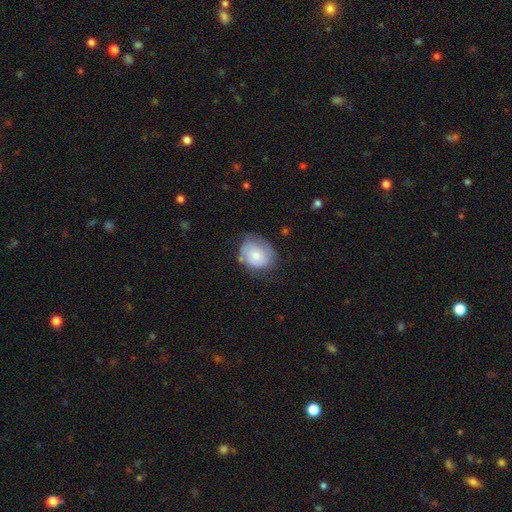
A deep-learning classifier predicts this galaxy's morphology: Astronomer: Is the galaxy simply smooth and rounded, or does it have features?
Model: smooth — 59%.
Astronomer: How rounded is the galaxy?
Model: round — 50% (runner-up: in between, 49%).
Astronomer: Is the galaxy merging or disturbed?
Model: none — 57%.